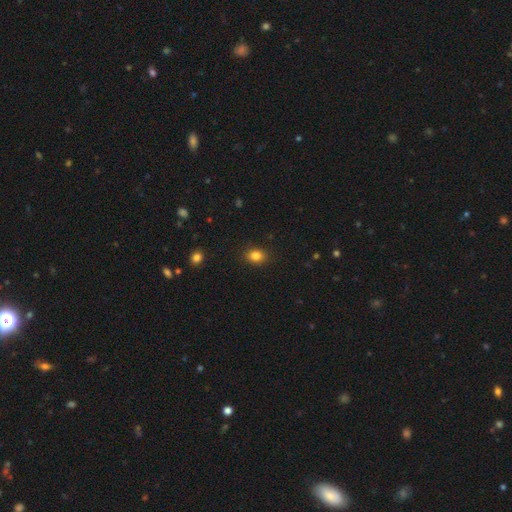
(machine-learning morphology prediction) Smooth or featured?
  - smooth: 84% *
  - star or artifact: 11%
  - featured or disk: 5%
How rounded?
  - in between: 61% *
  - round: 38%
  - cigar-shaped: 1%
Merging?
  - none: 88% *
  - minor disturbance: 9%
  - major disturbance: 2%
  - merger: 1%